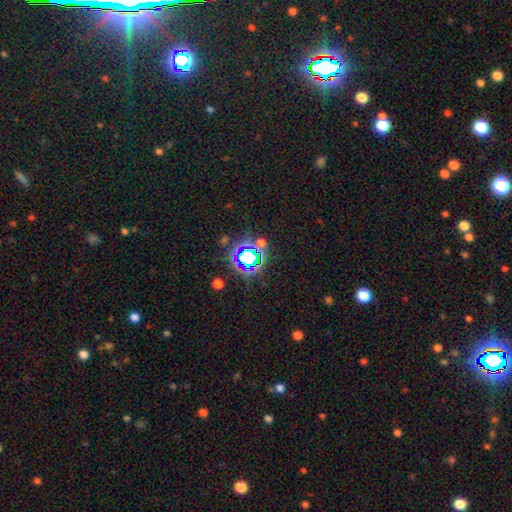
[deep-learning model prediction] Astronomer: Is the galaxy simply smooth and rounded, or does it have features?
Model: star or artifact — 65%.